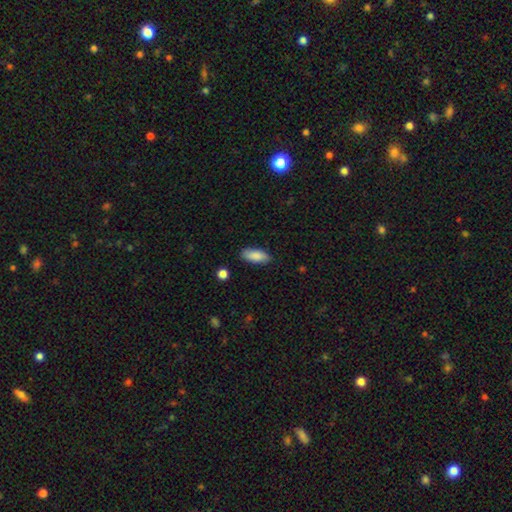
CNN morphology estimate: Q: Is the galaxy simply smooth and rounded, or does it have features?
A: smooth — 87%.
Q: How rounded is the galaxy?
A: in between — 83%.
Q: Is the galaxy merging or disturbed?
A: none — 85%.